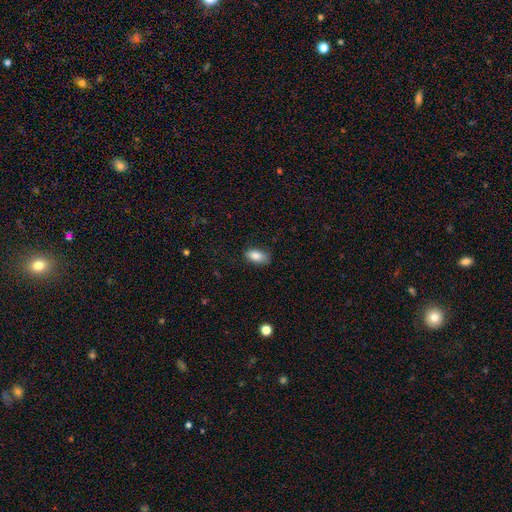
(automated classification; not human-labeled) Smooth or featured: smooth — 85% (star or artifact — 8%)
How rounded: in between — 91% (cigar-shaped — 5%)
Merging: none — 76% (minor disturbance — 19%)